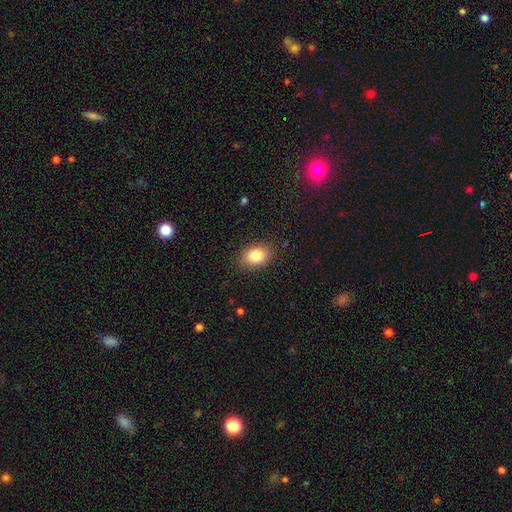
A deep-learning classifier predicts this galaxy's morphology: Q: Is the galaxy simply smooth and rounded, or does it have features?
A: smooth — 82%.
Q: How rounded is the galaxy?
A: in between — 76%.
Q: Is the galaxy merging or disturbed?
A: none — 86%.